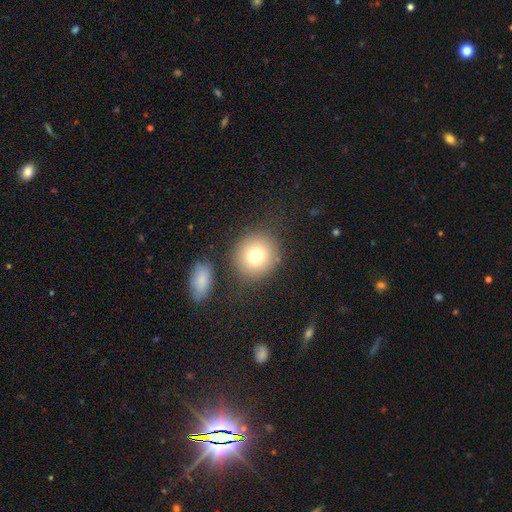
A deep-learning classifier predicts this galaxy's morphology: Smooth or featured: smooth — 78% (featured or disk — 12%)
How rounded: round — 87% (in between — 12%)
Merging: none — 77% (minor disturbance — 10%)